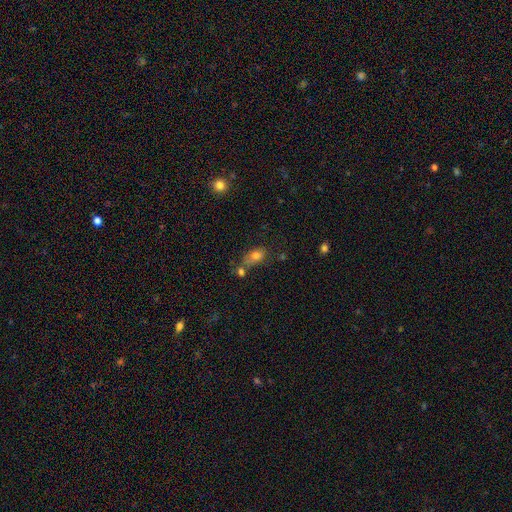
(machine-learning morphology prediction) smooth_or_featured: smooth (p=0.77) [alt: featured or disk p=0.12]
how_rounded: in between (p=0.78) [alt: round p=0.19]
merging: none (p=0.42) [alt: merger p=0.29]